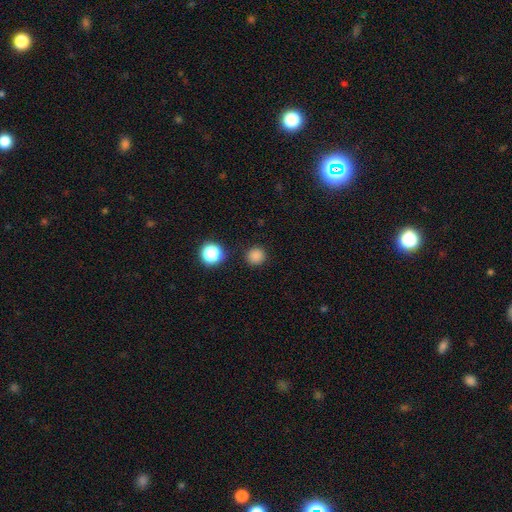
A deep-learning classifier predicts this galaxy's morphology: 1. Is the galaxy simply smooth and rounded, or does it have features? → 82% smooth, 15% star or artifact, 4% featured or disk.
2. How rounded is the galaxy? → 94% round, 5% in between, 1% cigar-shaped.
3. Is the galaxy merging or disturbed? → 89% none, 6% minor disturbance, 2% major disturbance, 2% merger.